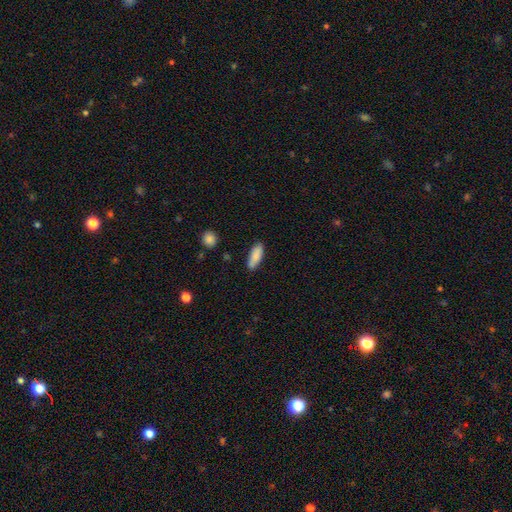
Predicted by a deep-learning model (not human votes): Smooth or featured: smooth — 84% (featured or disk — 9%)
How rounded: in between — 63% (cigar-shaped — 35%)
Merging: none — 78% (minor disturbance — 15%)